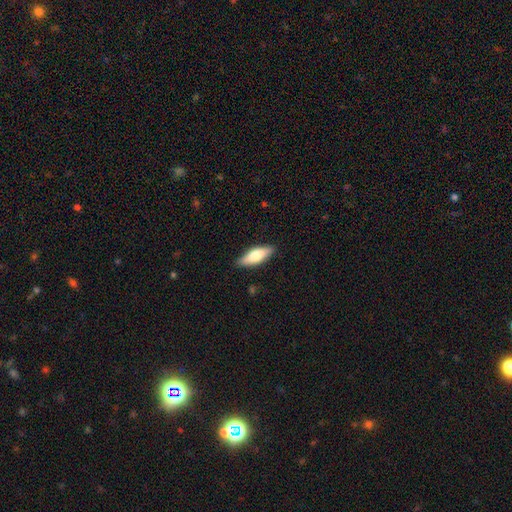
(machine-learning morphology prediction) This appears to be a smooth galaxy with no disk features (66%) that is in between round and cigar-shaped (58%). Merging: none (87%).